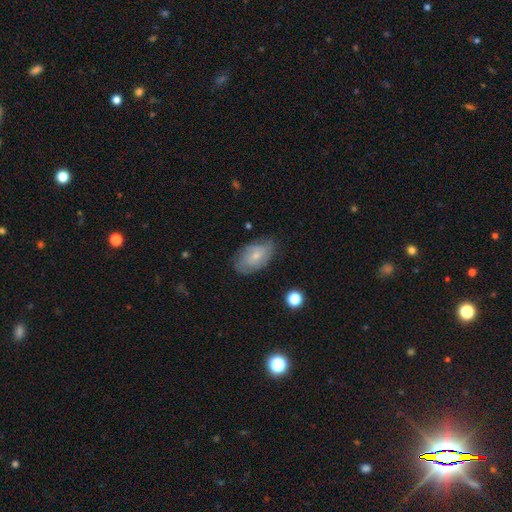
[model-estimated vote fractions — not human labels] Smooth or featured: smooth — 47% (featured or disk — 46%)
Merging: none — 71% (minor disturbance — 22%)